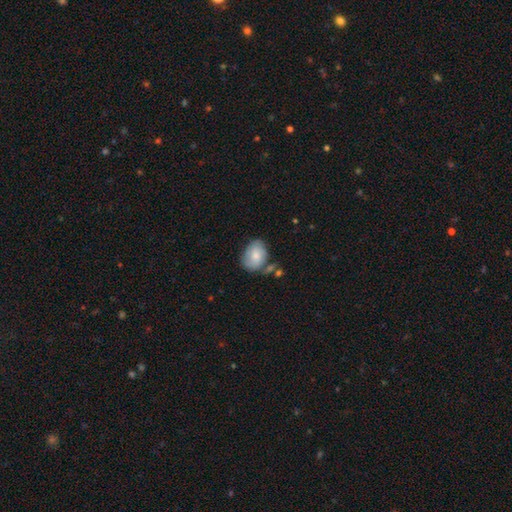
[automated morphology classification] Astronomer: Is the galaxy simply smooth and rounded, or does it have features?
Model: smooth — 64%.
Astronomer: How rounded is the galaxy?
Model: in between — 64%.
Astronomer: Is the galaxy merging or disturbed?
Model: none — 56%.